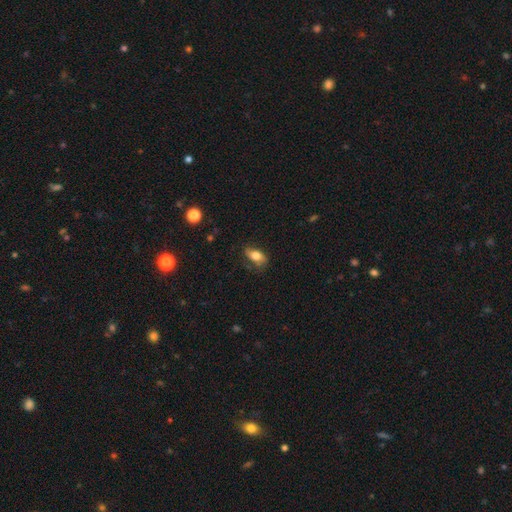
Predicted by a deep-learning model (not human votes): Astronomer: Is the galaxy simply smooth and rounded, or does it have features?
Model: smooth — 73%.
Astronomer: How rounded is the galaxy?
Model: in between — 86%.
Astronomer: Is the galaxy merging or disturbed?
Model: none — 65%.